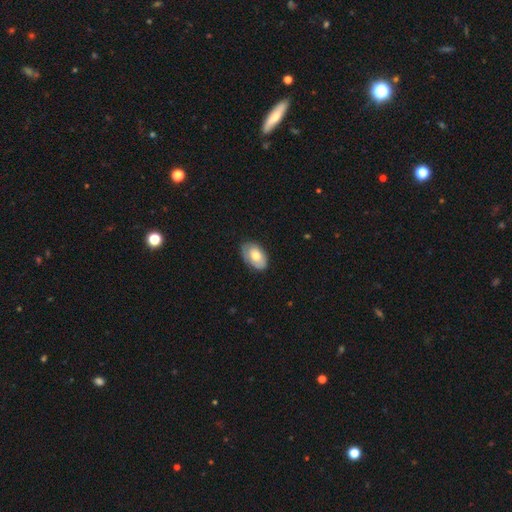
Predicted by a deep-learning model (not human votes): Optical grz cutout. It shows a smooth galaxy with no disk features (68%) that is in between round and cigar-shaped (91%). Merging: none (75%).